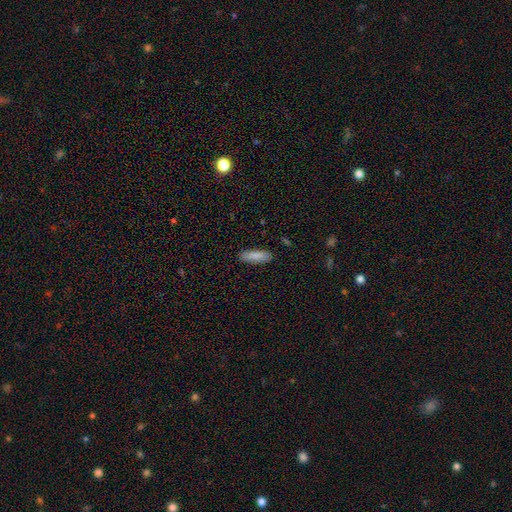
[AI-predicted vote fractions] A smooth galaxy with no disk features (87%) that is cigar-shaped (54%).

Vote fractions:
- Smooth or featured? smooth: 87% / featured or disk: 7% / star or artifact: 6%
- How rounded? cigar-shaped: 54% / in between: 45% / round: 1%
- Merging? none: 88% / minor disturbance: 9% / major disturbance: 2% / merger: 1%